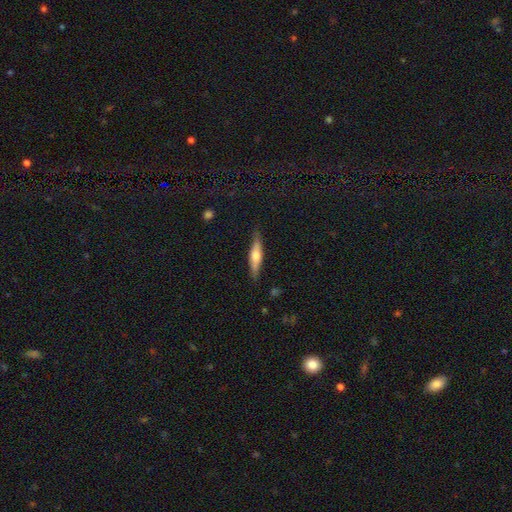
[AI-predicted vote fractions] This appears to be a featured or disk galaxy (53%) viewed edge-on (93%). Merging: none (85%).